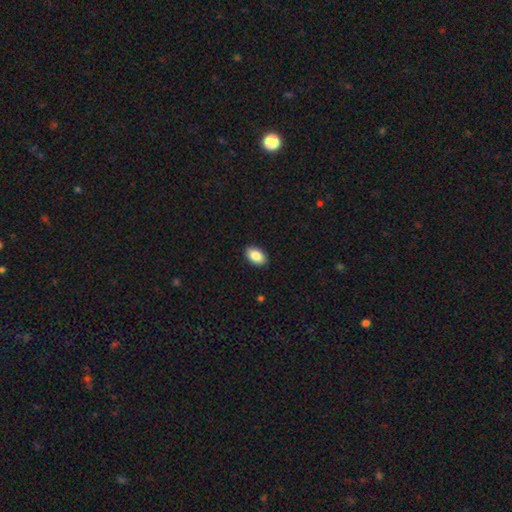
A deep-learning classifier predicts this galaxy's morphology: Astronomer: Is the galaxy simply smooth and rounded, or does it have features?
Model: smooth — 86%.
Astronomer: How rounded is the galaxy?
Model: in between — 92%.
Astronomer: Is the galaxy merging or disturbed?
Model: none — 90%.